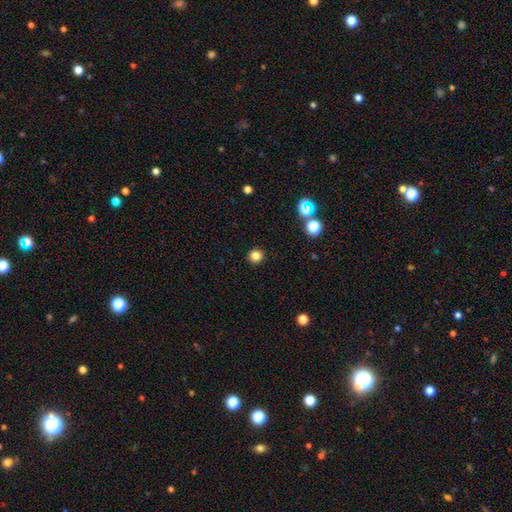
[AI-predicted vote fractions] A smooth galaxy with no disk features (83%) that is round (95%). Merging: none (92%).